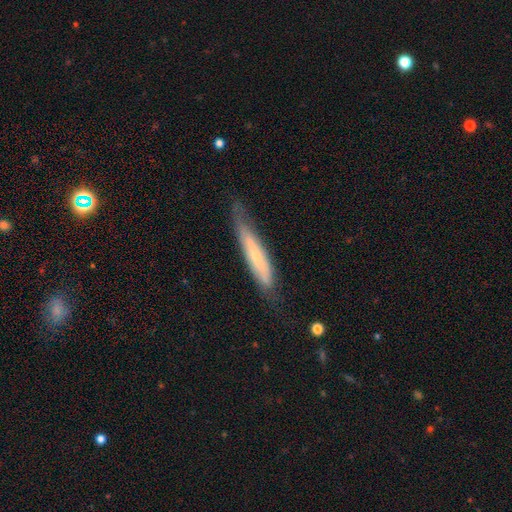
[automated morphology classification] Overall: featured or disk (49%; smooth 44%). Merging: none (58%; minor disturbance 29%).